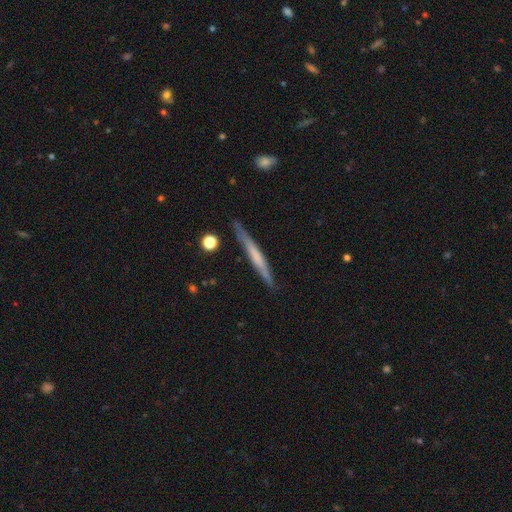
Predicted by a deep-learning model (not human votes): A featured or disk galaxy (48%). Merging: none (84%).